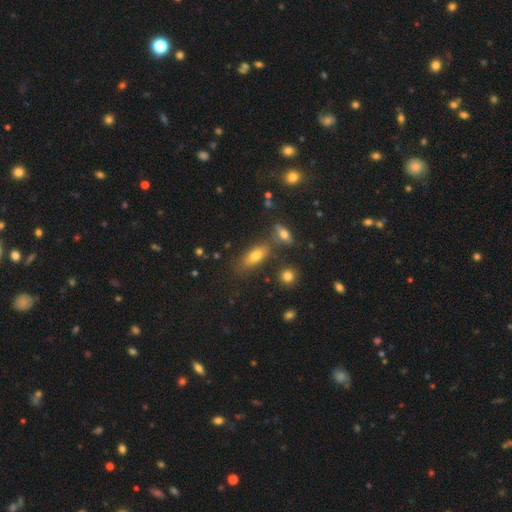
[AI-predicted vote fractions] This is likely a smooth galaxy (67%). How rounded: likely in between (69%). Merging: likely none (71%).